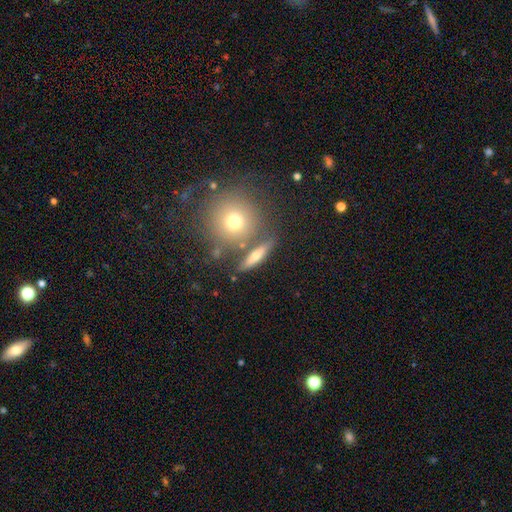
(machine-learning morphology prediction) Smooth or featured? smooth (59%)
How rounded? cigar-shaped (50%)
Merging? none (72%)